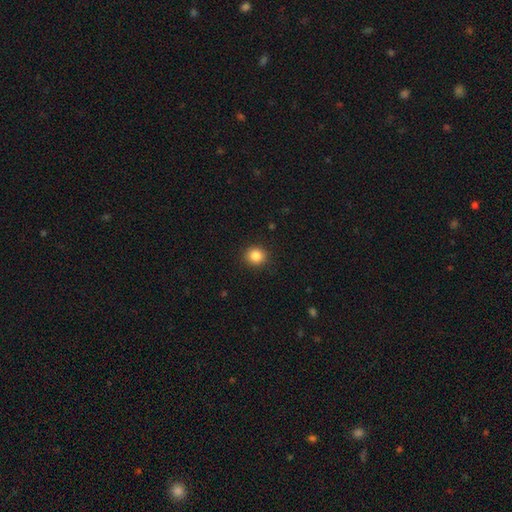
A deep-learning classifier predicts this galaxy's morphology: Smooth or featured? smooth (86%)
How rounded? round (90%)
Merging? none (91%)